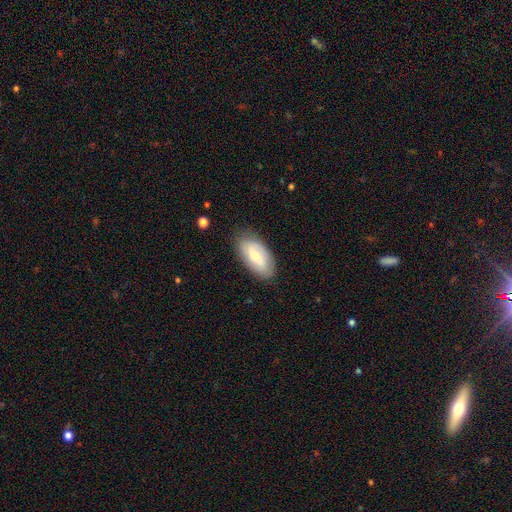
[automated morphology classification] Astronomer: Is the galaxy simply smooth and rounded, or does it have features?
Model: smooth — 59% (runner-up: featured or disk, 35%).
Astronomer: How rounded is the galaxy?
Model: in between — 92%.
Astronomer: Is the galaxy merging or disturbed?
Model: none — 81%.